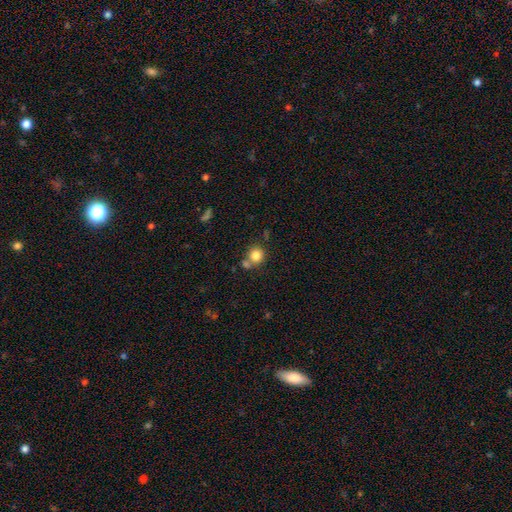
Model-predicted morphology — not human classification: Smooth or featured: smooth — 82% (star or artifact — 11%)
How rounded: round — 87% (in between — 12%)
Merging: none — 60% (merger — 26%)